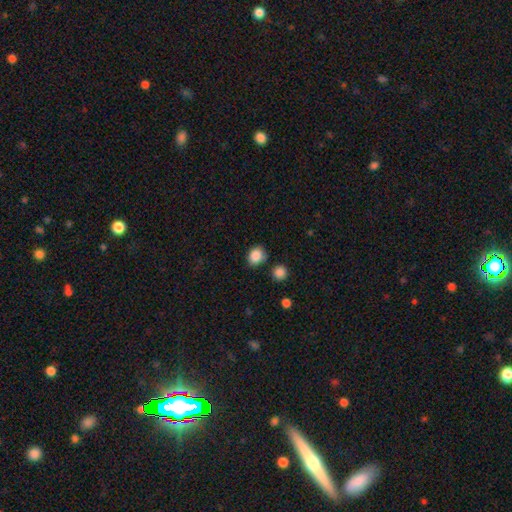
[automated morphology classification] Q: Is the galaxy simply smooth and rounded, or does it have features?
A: smooth — 86%.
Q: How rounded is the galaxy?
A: round — 65%.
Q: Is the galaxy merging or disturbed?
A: none — 72%.